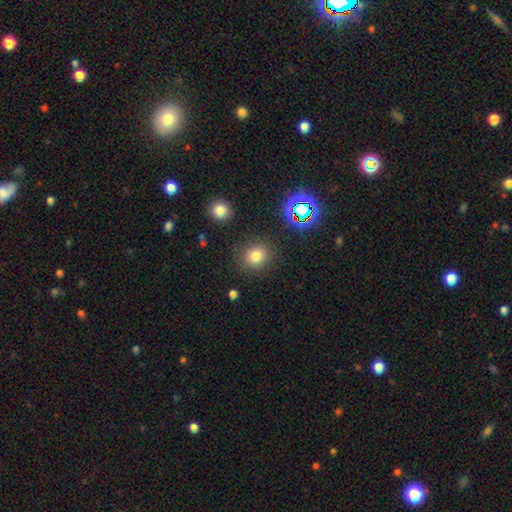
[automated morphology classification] A smooth galaxy with no disk features (76%) that is round (82%).

Vote fractions:
- Smooth or featured? smooth: 76% / star or artifact: 17% / featured or disk: 7%
- How rounded? round: 82% / in between: 17% / cigar-shaped: 1%
- Merging? none: 85% / minor disturbance: 9% / major disturbance: 4% / merger: 3%